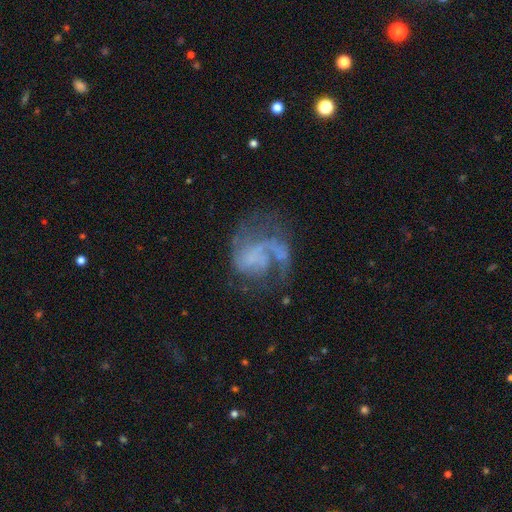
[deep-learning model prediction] Smooth or featured? Predicted: featured or disk (p=0.76). Edge-on disk? Predicted: no (p=0.98). Bar? Predicted: no (p=0.70). Spiral arms? Predicted: yes (p=0.82). Spiral winding? Predicted: loose (p=0.44). Spiral arm count? Predicted: 1 (p=0.58). Bulge size? Predicted: none (p=0.71). Merging? Predicted: none (p=0.39, tied with major disturbance).